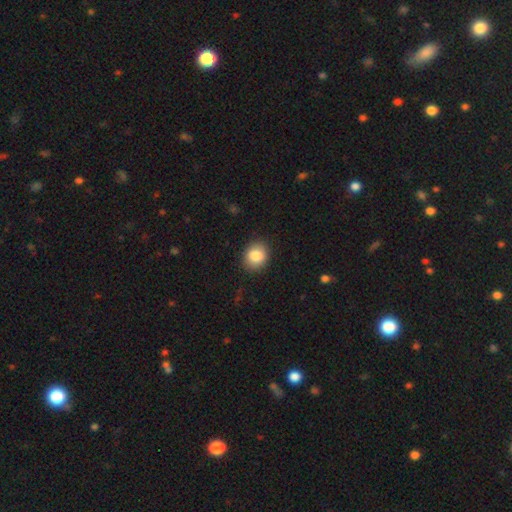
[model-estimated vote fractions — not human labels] Smooth or featured? smooth (85%)
How rounded? round (63%)
Merging? none (88%)